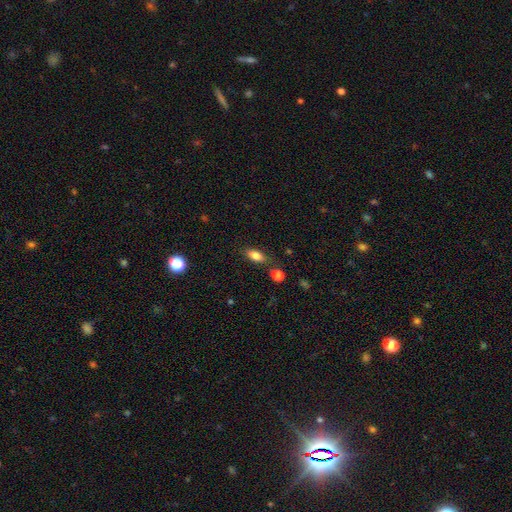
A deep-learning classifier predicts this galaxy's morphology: smooth_or_featured: smooth (p=0.83) [alt: star or artifact p=0.09]
how_rounded: in between (p=0.83) [alt: cigar-shaped p=0.11]
merging: none (p=0.74) [alt: minor disturbance p=0.15]